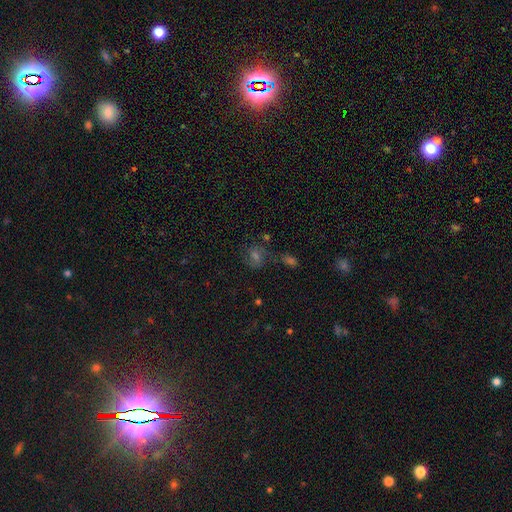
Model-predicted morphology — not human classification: type=featured or disk (37%); merging=none (61%).